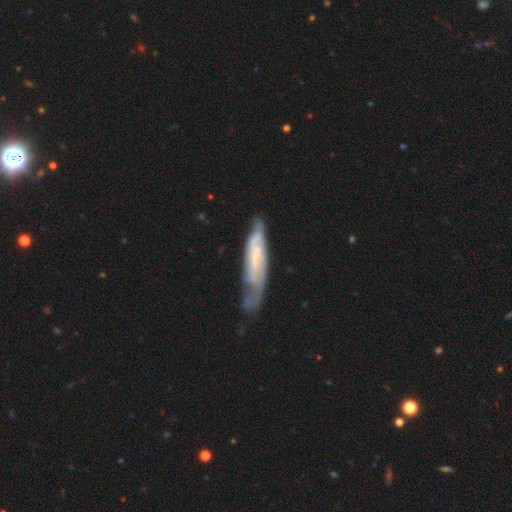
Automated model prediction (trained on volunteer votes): A featured or disk galaxy (70%).

Vote fractions:
- Smooth or featured? featured or disk: 70% / smooth: 24% / star or artifact: 6%
- Edge-on disk? no: 66% / yes: 34%
- Merging? none: 53% / minor disturbance: 28% / major disturbance: 15% / merger: 3%